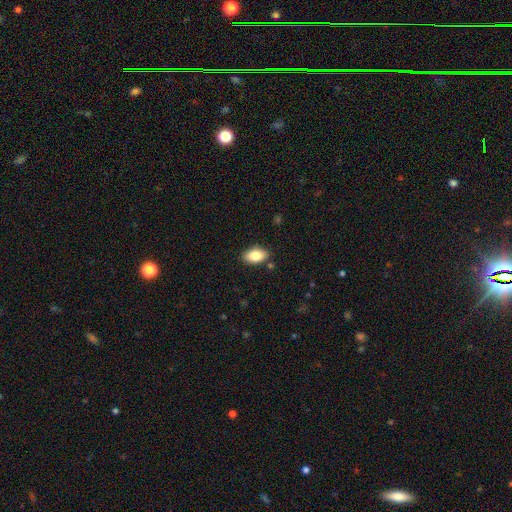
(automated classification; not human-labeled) The model was most divided on "smooth or featured": smooth: 83%, featured or disk: 9%, star or artifact: 7%. More confident: how rounded — in between (91%); merging — none (85%).